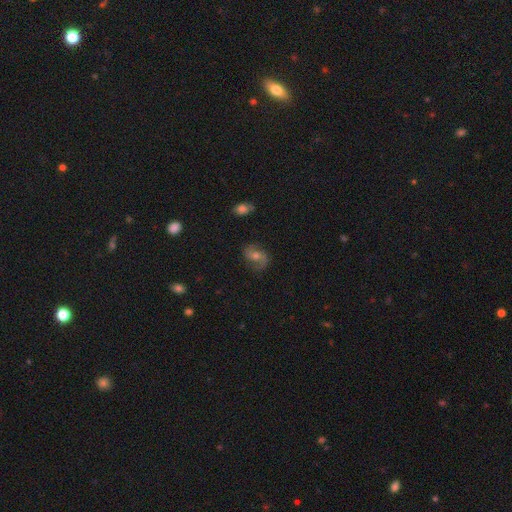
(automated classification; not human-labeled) Q: Smooth or featured?
A: featured or disk (71%); runner-up: smooth (17%)
Q: Edge-on disk?
A: no (97%); runner-up: yes (3%)
Q: Bar?
A: no (45%); runner-up: weak (41%)
Q: Spiral arms?
A: yes (92%); runner-up: no (8%)
Q: Spiral winding?
A: loose (44%); runner-up: medium (42%)
Q: Spiral arm count?
A: 2 (87%); runner-up: can't tell (6%)
Q: Bulge size?
A: moderate (58%); runner-up: small (33%)
Q: Merging?
A: none (77%); runner-up: minor disturbance (15%)